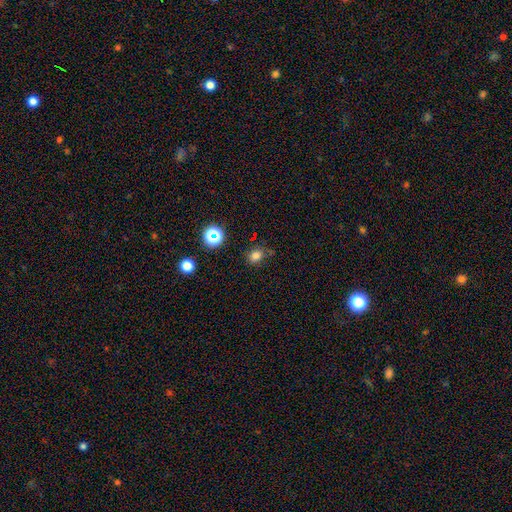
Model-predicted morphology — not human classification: Smooth or featured? smooth (75%)
How rounded? round (57%)
Merging? none (73%)